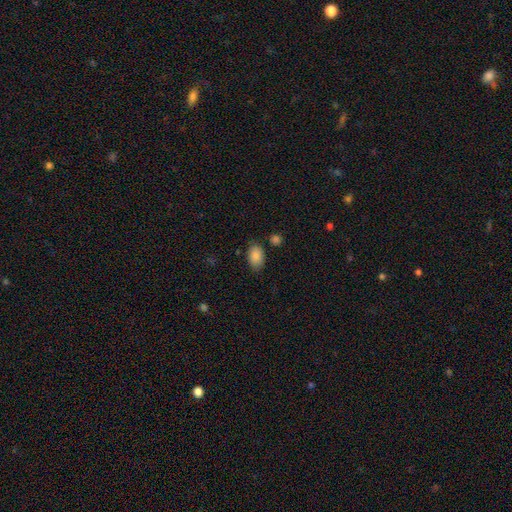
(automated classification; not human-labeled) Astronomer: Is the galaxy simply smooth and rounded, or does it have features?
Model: smooth — 87%.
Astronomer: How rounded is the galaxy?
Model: in between — 89%.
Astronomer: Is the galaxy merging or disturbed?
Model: none — 77%.